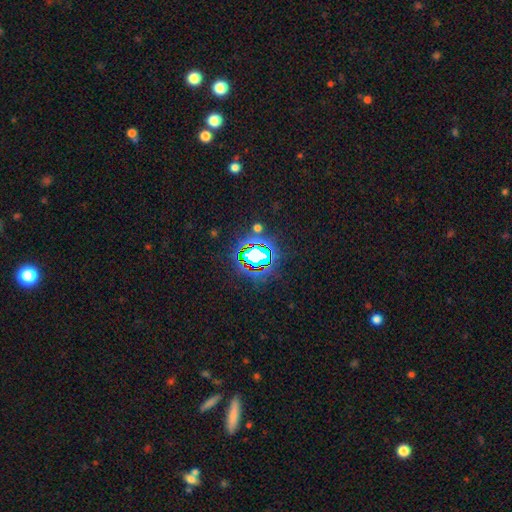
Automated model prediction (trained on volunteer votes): This appears to be a star or artifact, not a galaxy (71%).